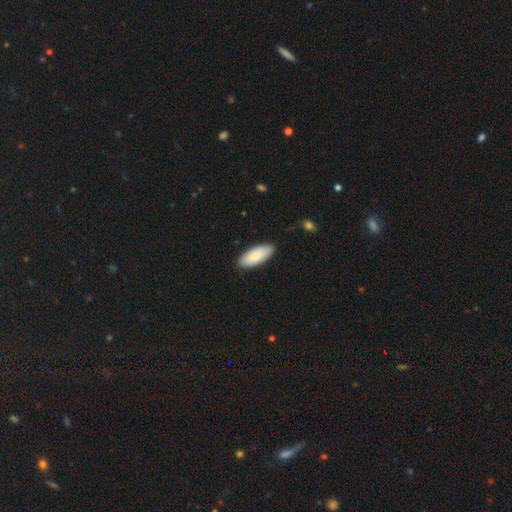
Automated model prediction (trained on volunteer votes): Smooth or featured? Predicted: smooth (p=0.89). How rounded? Predicted: in between (p=0.84). Merging? Predicted: none (p=0.88).